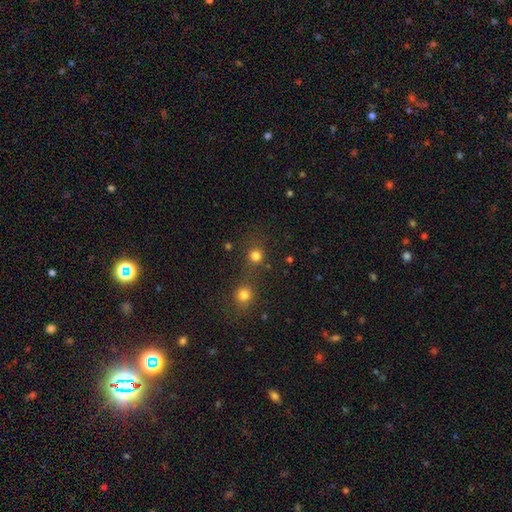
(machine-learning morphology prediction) Smooth or featured: smooth — 78% (star or artifact — 17%)
How rounded: round — 90% (in between — 9%)
Merging: none — 61% (merger — 27%)